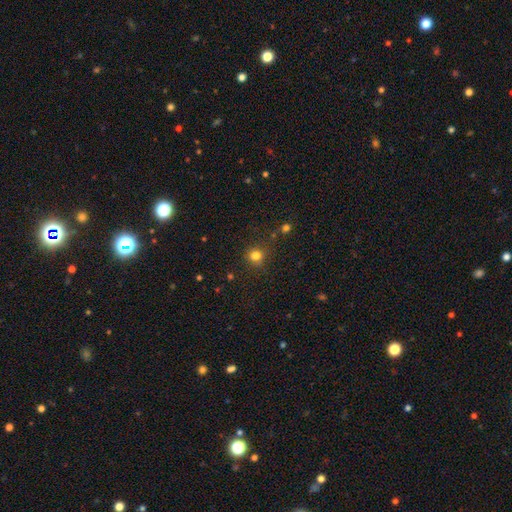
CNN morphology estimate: Q: Smooth or featured?
A: smooth (80%); runner-up: star or artifact (15%)
Q: How rounded?
A: round (91%); runner-up: in between (8%)
Q: Merging?
A: none (83%); runner-up: minor disturbance (10%)